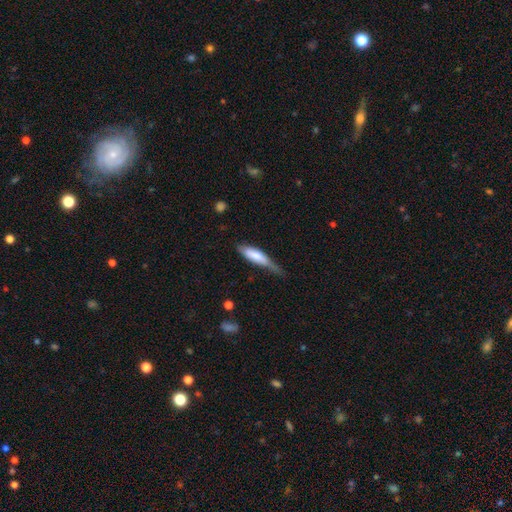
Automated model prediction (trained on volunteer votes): Smooth or featured? smooth (65%)
How rounded? cigar-shaped (63%)
Merging? minor disturbance (43%)